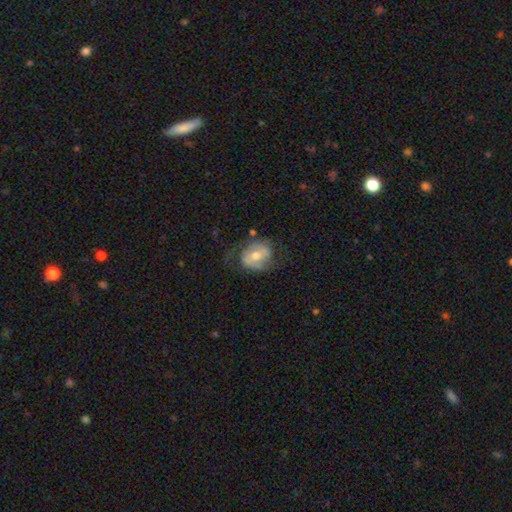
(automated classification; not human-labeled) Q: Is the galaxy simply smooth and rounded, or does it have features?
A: featured or disk — 58%.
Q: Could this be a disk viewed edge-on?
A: no — 96%.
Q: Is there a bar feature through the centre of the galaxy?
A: no — 45%.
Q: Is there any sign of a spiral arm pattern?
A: yes — 64%.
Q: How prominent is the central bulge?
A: moderate — 69%.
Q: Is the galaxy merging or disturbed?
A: none — 54%.